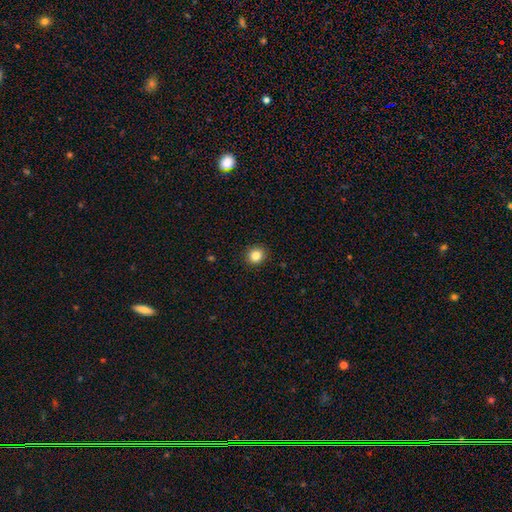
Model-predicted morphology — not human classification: A smooth galaxy with no disk features (85%) that is round (85%).

Vote fractions:
- Smooth or featured? smooth: 85% / star or artifact: 11% / featured or disk: 5%
- How rounded? round: 85% / in between: 14% / cigar-shaped: 1%
- Merging? none: 92% / minor disturbance: 6% / major disturbance: 2% / merger: 1%